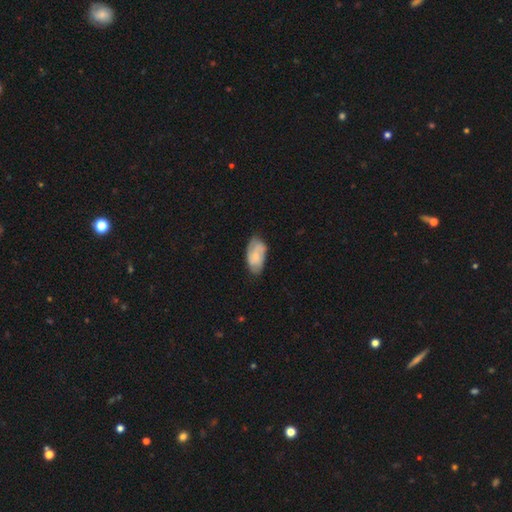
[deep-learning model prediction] A featured or disk galaxy (47%, tied with smooth). Merging: none (65%).